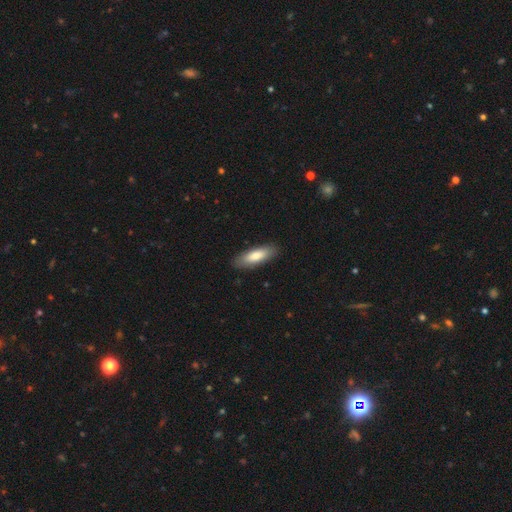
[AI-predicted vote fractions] smooth 76%, featured or disk 18%, star or artifact 6%. Down the decision tree: how rounded — in between (54%); merging — none (88%).